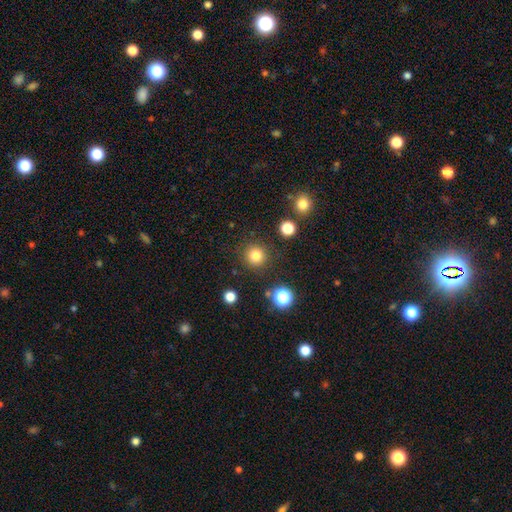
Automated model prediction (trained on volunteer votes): This is clearly a smooth galaxy (82%). How rounded: clearly round (94%). Merging: clearly none (87%).